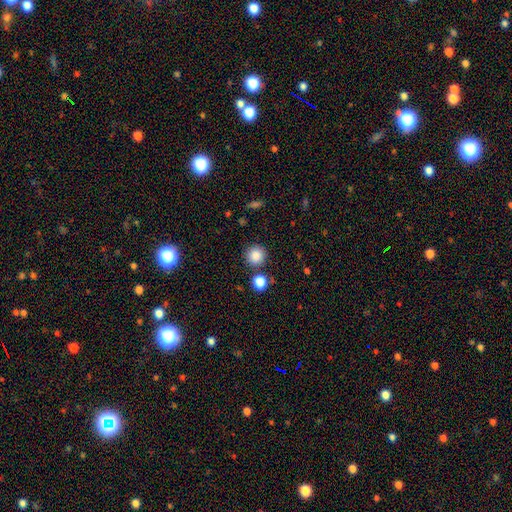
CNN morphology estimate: This appears to be a smooth galaxy with no disk features (86%) that is round (94%). Merging: none (84%).